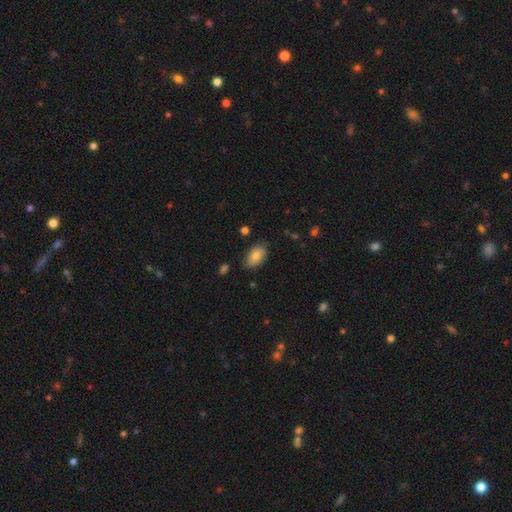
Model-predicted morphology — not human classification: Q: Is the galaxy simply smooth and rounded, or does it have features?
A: smooth — 80%.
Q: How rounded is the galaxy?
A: in between — 91%.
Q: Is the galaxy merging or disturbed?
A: none — 77%.